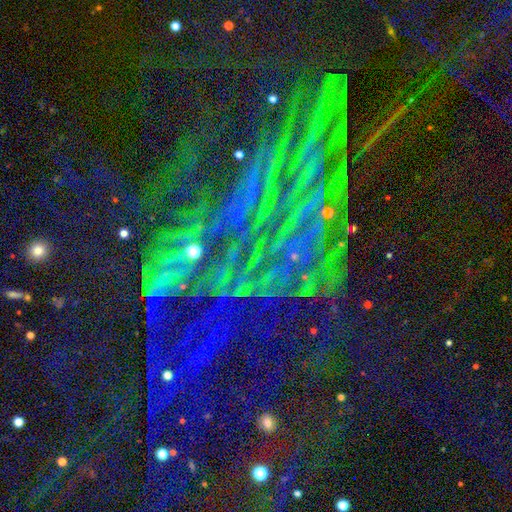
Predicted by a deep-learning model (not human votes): Smooth or featured?
  - star or artifact: 86% *
  - featured or disk: 8%
  - smooth: 7%